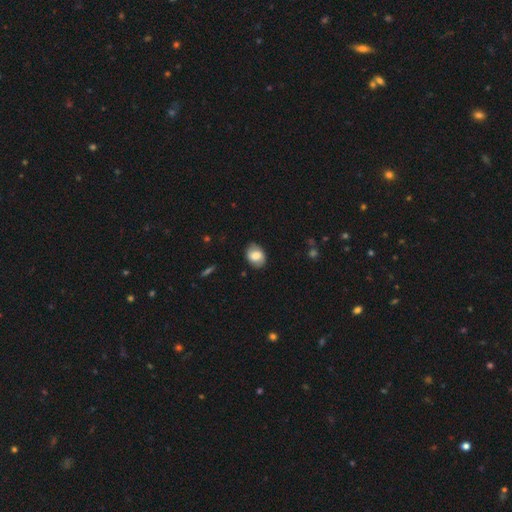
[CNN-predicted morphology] This is likely a smooth galaxy (75%). How rounded: likely in between (67%). Merging: clearly none (84%).